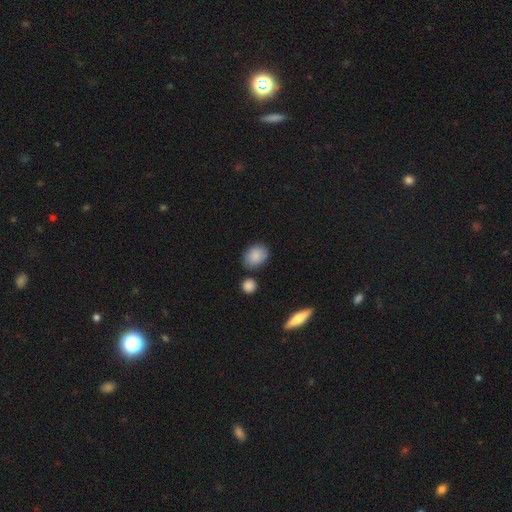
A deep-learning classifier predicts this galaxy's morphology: Smooth or featured? smooth (87%)
How rounded? in between (68%)
Merging? none (74%)